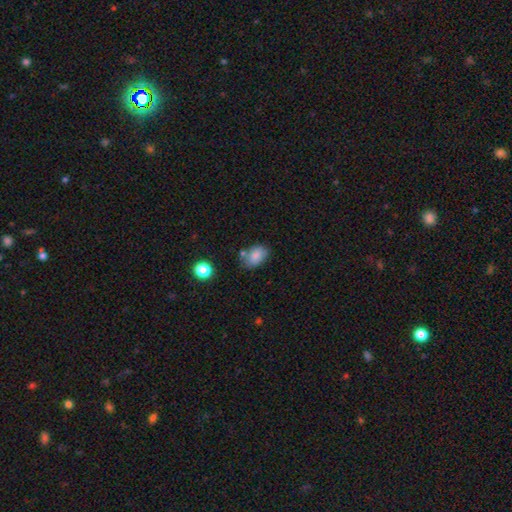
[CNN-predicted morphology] Smooth or featured? Predicted: smooth (p=0.83). How rounded? Predicted: in between (p=0.85). Merging? Predicted: none (p=0.66).